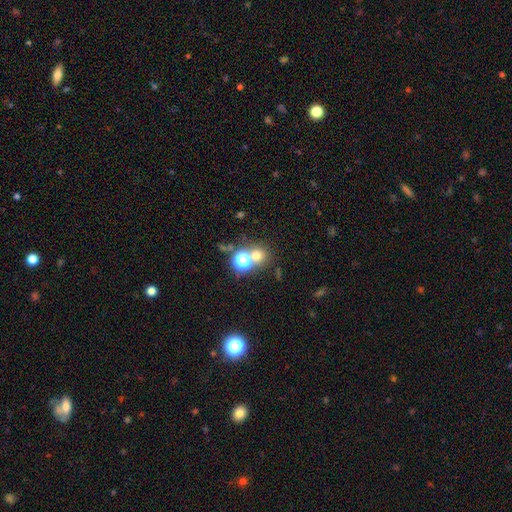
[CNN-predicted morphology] smooth_or_featured: smooth (p=0.63) [alt: star or artifact p=0.27]
how_rounded: round (p=0.86) [alt: in between p=0.12]
merging: none (p=0.62) [alt: merger p=0.28]